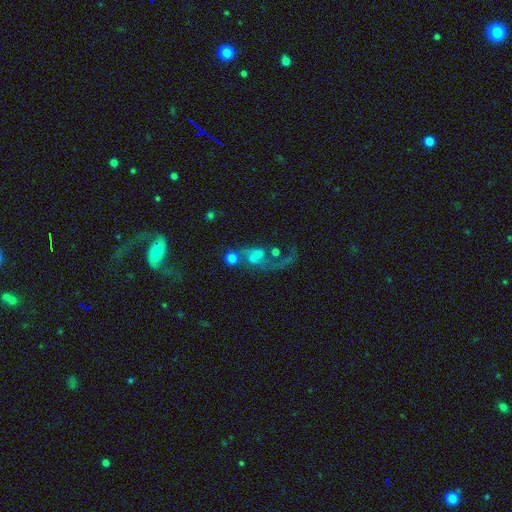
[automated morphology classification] This is possibly a featured or disk galaxy (55%). It is clearly not viewed edge-on (96%). Bar: possibly no (57%). Spiral arm pattern: likely yes (73%). Central bulge: marginally none (36%). Merging: marginally merger (34%).